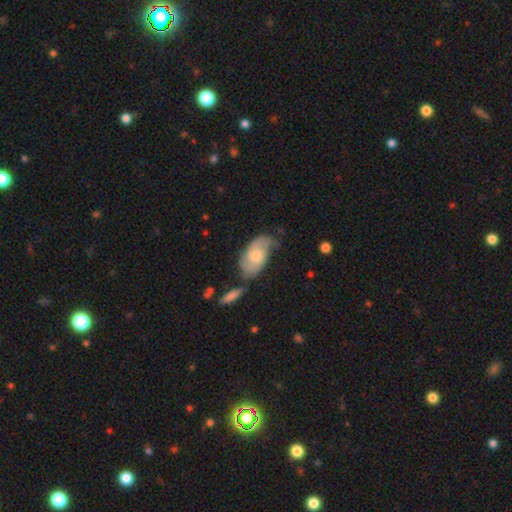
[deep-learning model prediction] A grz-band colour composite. It shows a featured or disk galaxy (59%) with no bar (71%), spiral arms (87%) and a moderate central bulge (49%). Merging: none (53%).